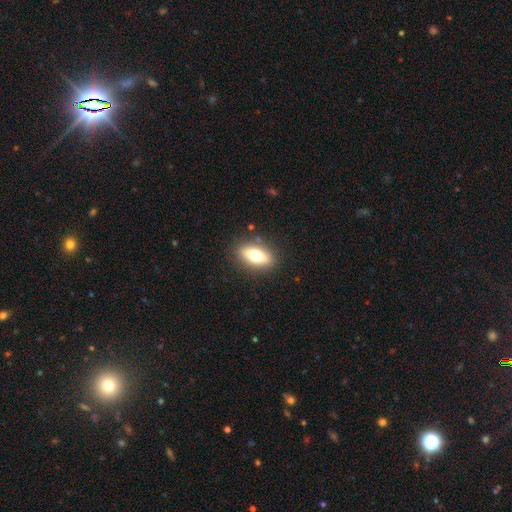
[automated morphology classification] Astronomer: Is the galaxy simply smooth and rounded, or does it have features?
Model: smooth — 63%.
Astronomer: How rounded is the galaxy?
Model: in between — 78%.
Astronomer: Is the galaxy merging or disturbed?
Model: none — 87%.